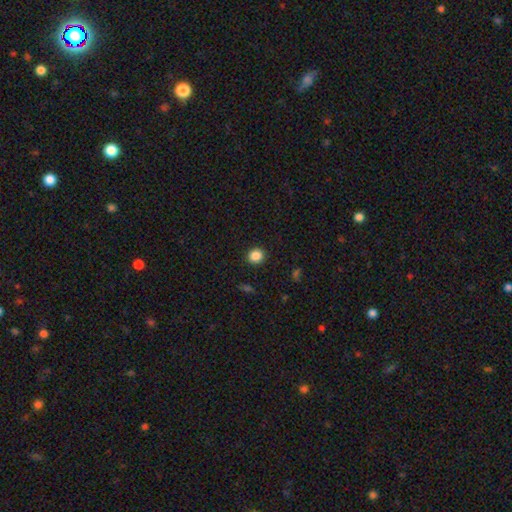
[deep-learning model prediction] smooth-or-featured: smooth: 86% | star or artifact: 10% | featured or disk: 3%
  how-rounded: round: 89% | in between: 10% | cigar-shaped: 1%
  merging: none: 92% | minor disturbance: 5% | major disturbance: 2% | merger: 1%